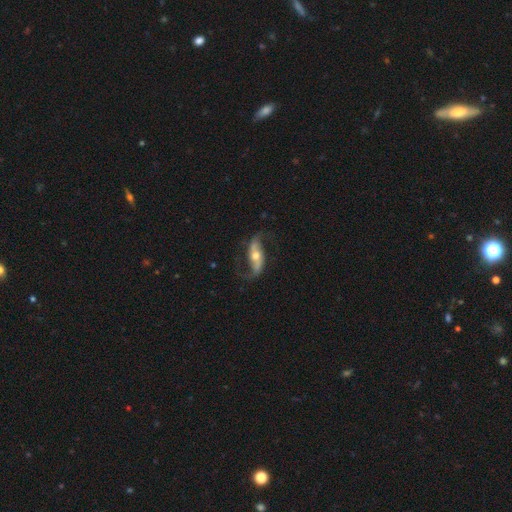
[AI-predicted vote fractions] Smooth or featured?
  - featured or disk: 83% *
  - smooth: 12%
  - star or artifact: 5%
Edge-on disk?
  - no: 90% *
  - yes: 10%
Bar?
  - no: 37% *
  - strong: 34%
  - weak: 29%
Spiral arms?
  - yes: 94% *
  - no: 6%
Spiral winding?
  - loose: 75% *
  - medium: 19%
  - tight: 6%
Spiral arm count?
  - 2: 93% *
  - 1: 2%
  - can't tell: 2%
  - 3: 1%
  - 4: 1%
  - more than 4: 1%
Bulge size?
  - moderate: 63% *
  - small: 29%
  - large: 5%
  - none: 1%
  - dominant: 1%
Merging?
  - none: 74% *
  - minor disturbance: 15%
  - major disturbance: 9%
  - merger: 2%